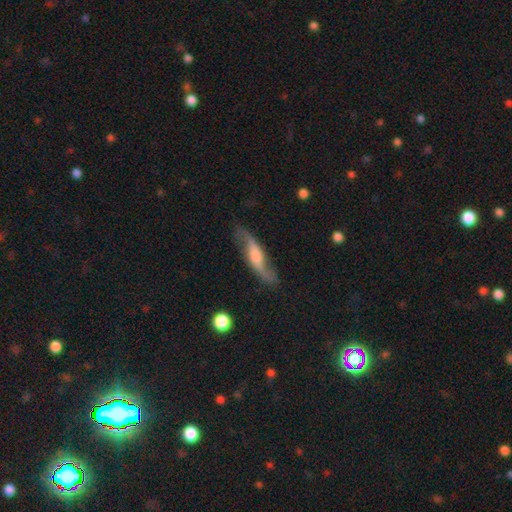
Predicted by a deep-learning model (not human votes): Smooth or featured?
  - featured or disk: 74% *
  - smooth: 20%
  - star or artifact: 6%
Edge-on disk?
  - no: 69% *
  - yes: 31%
Bar?
  - no: 45% *
  - weak: 37%
  - strong: 18%
Spiral arms?
  - yes: 93% *
  - no: 7%
Bulge size?
  - moderate: 44% *
  - small: 24%
  - large: 18%
  - none: 12%
  - dominant: 3%
Merging?
  - none: 76% *
  - minor disturbance: 16%
  - major disturbance: 6%
  - merger: 2%